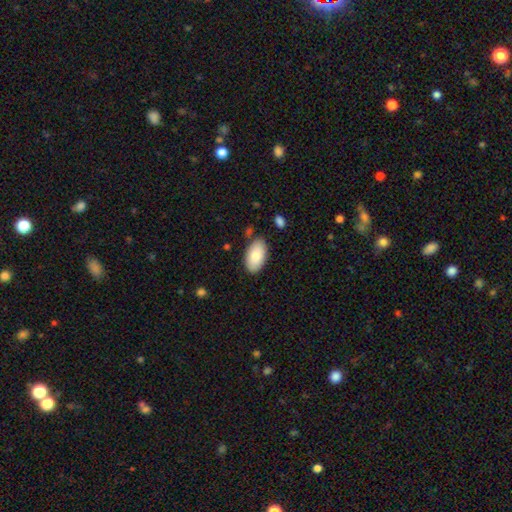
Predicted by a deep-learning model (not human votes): This appears to be a smooth galaxy with no disk features (81%) that is in between round and cigar-shaped (95%). Merging: none (83%).